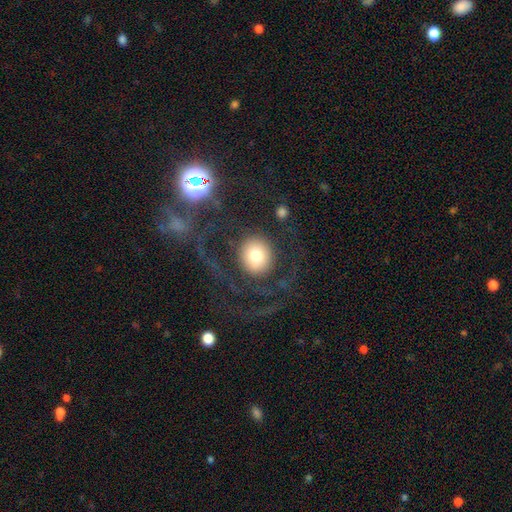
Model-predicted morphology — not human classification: Smooth or featured? Predicted: smooth (p=0.64). How rounded? Predicted: round (p=0.85). Merging? Predicted: none (p=0.62).